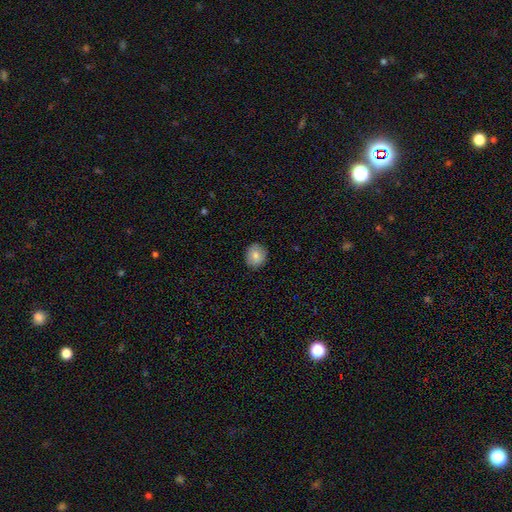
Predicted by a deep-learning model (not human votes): Smooth or featured?
  - smooth: 80% *
  - featured or disk: 12%
  - star or artifact: 8%
How rounded?
  - round: 72% *
  - in between: 27%
  - cigar-shaped: 1%
Merging?
  - none: 87% *
  - minor disturbance: 10%
  - major disturbance: 2%
  - merger: 1%